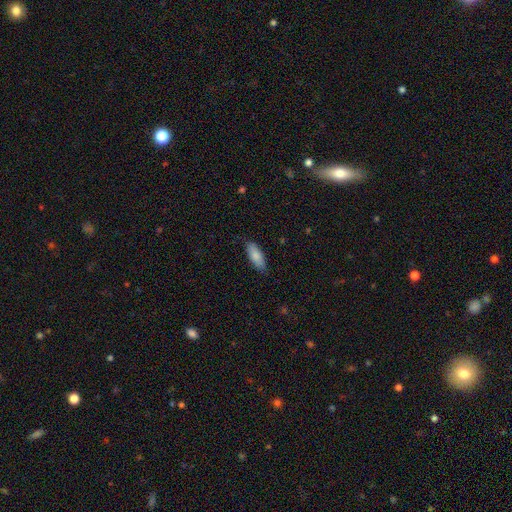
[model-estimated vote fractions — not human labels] Smooth or featured: smooth — 84% (featured or disk — 11%)
How rounded: in between — 72% (cigar-shaped — 26%)
Merging: none — 84% (minor disturbance — 13%)